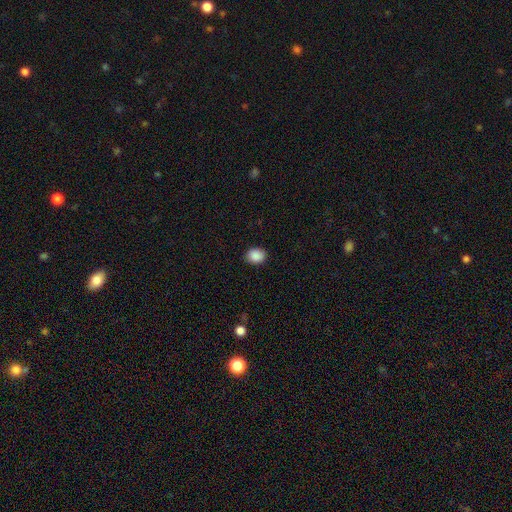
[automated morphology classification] Smooth or featured?
  - smooth: 89% *
  - star or artifact: 8%
  - featured or disk: 3%
How rounded?
  - in between: 58% *
  - round: 41%
  - cigar-shaped: 1%
Merging?
  - none: 88% *
  - minor disturbance: 8%
  - major disturbance: 2%
  - merger: 1%